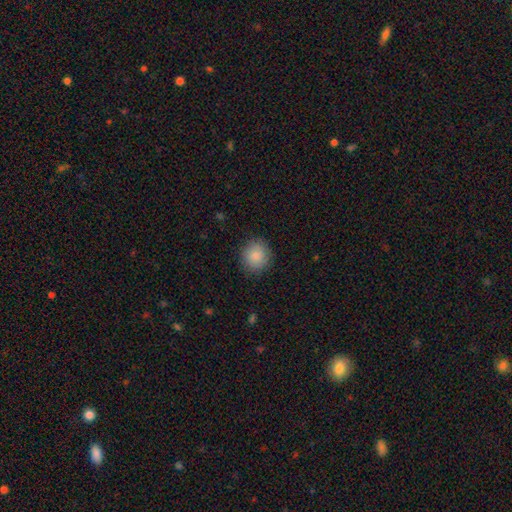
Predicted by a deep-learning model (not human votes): A smooth galaxy with no disk features (87%) that is round (89%).

Vote fractions:
- Smooth or featured? smooth: 87% / star or artifact: 8% / featured or disk: 5%
- How rounded? round: 89% / in between: 11% / cigar-shaped: 1%
- Merging? none: 88% / minor disturbance: 8% / major disturbance: 3% / merger: 1%